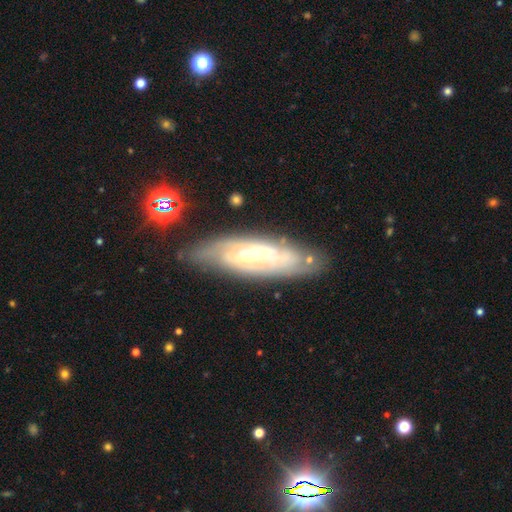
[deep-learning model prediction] Smooth or featured? featured or disk (74%)
Edge-on disk? no (79%)
Bar? weak (38%)
Spiral arms? yes (83%)
Bulge size? small (66%)
Merging? none (75%)